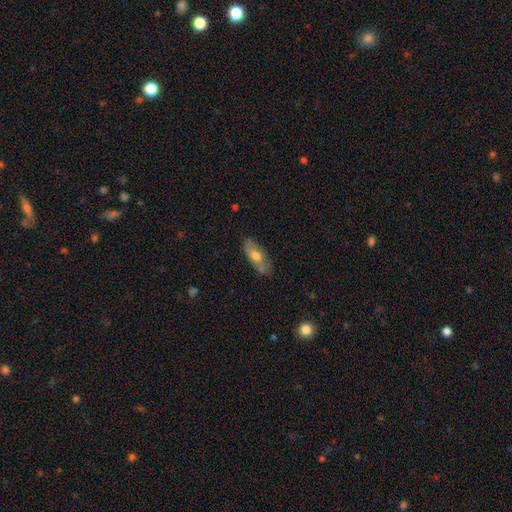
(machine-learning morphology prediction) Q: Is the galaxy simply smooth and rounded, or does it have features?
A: smooth — 58%.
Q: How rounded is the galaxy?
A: in between — 70%.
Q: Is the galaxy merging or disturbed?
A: none — 73%.